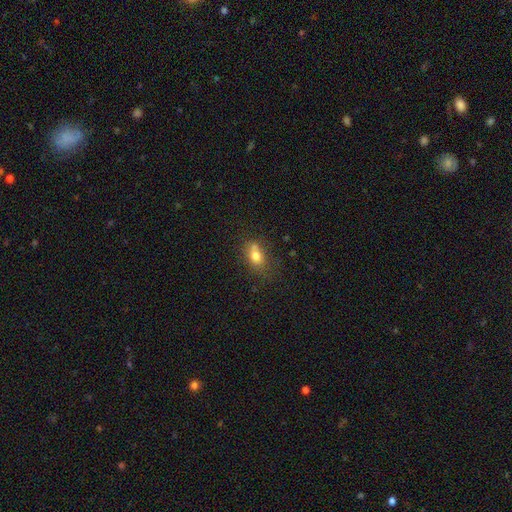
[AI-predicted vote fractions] Smooth or featured?
  - smooth: 74% *
  - featured or disk: 14%
  - star or artifact: 12%
How rounded?
  - in between: 69% *
  - round: 28%
  - cigar-shaped: 3%
Merging?
  - none: 47% *
  - merger: 24%
  - minor disturbance: 21%
  - major disturbance: 9%